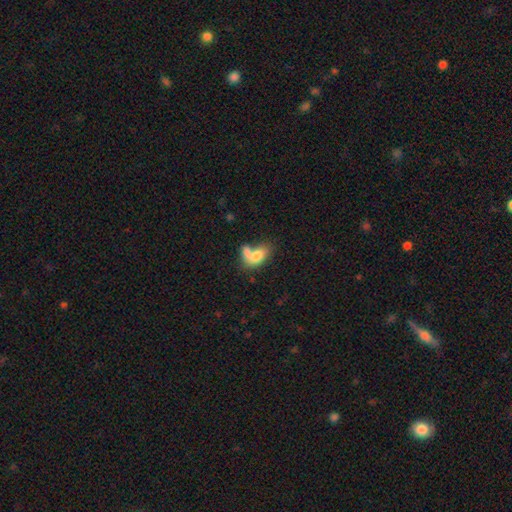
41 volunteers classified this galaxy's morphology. Volunteers were most divided on "merging": merger: 70%, none: 19%, minor disturbance: 8%, major disturbance: 3%. More confident: how rounded — in between (93%); smooth or featured — smooth (73%).